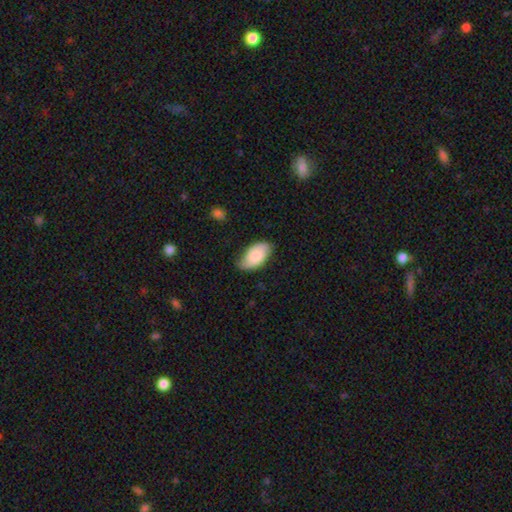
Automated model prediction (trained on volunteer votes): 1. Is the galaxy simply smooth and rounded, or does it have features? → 79% smooth, 15% featured or disk, 6% star or artifact.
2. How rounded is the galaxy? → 95% in between, 3% round, 2% cigar-shaped.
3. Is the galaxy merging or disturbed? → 67% none, 27% minor disturbance, 5% major disturbance, 1% merger.